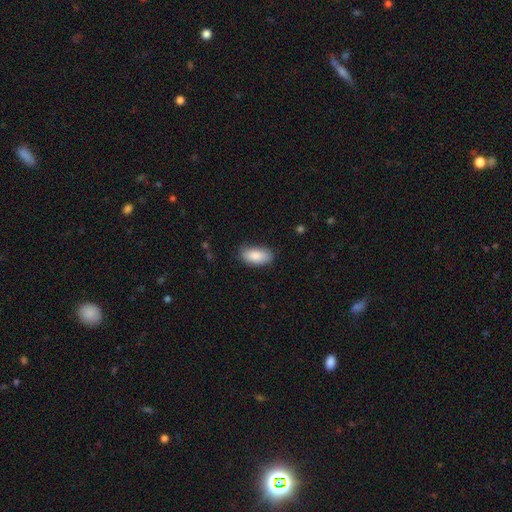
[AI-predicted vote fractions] Smooth or featured: smooth — 87% (featured or disk — 7%)
How rounded: in between — 92% (cigar-shaped — 6%)
Merging: none — 80% (minor disturbance — 16%)